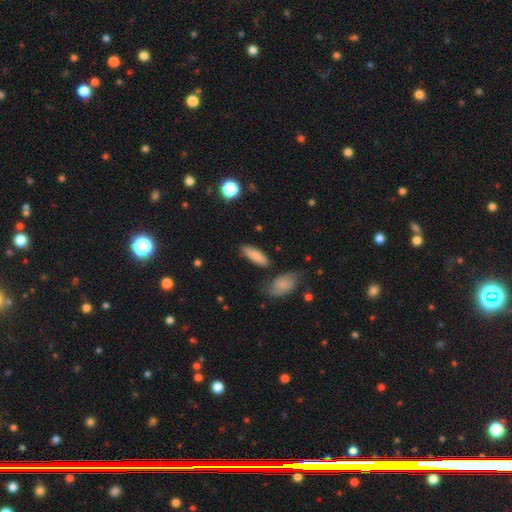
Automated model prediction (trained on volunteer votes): smooth-or-featured: smooth: 81% | featured or disk: 12% | star or artifact: 7%
  how-rounded: in between: 57% | cigar-shaped: 40% | round: 3%
  merging: none: 73% | minor disturbance: 16% | merger: 7% | major disturbance: 4%